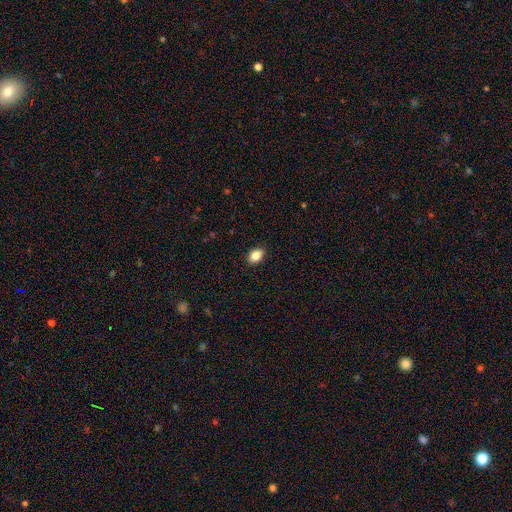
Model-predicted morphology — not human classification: The model was most divided on "how rounded": in between: 83%, round: 16%, cigar-shaped: 1%. More confident: merging — none (90%); smooth or featured — smooth (87%).